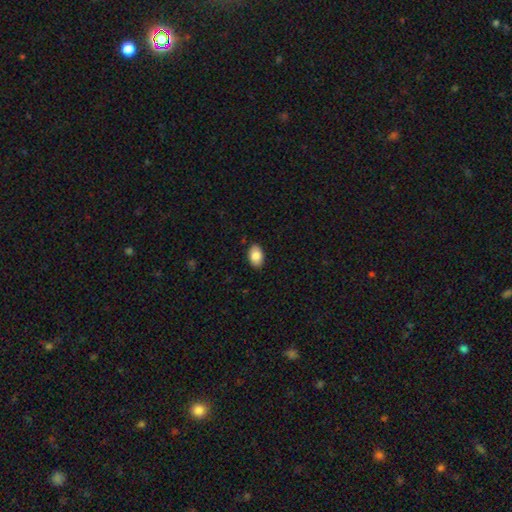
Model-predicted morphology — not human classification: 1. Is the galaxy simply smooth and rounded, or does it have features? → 86% smooth, 7% featured or disk, 7% star or artifact.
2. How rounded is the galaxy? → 90% in between, 9% round, 1% cigar-shaped.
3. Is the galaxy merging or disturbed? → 89% none, 9% minor disturbance, 2% major disturbance, 1% merger.